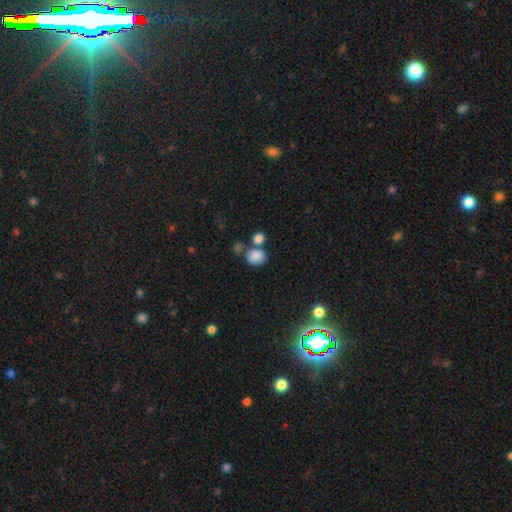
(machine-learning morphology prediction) Overall: smooth (83%). How rounded: round (53%; in between 46%). Merging: none (52%; merger 31%).